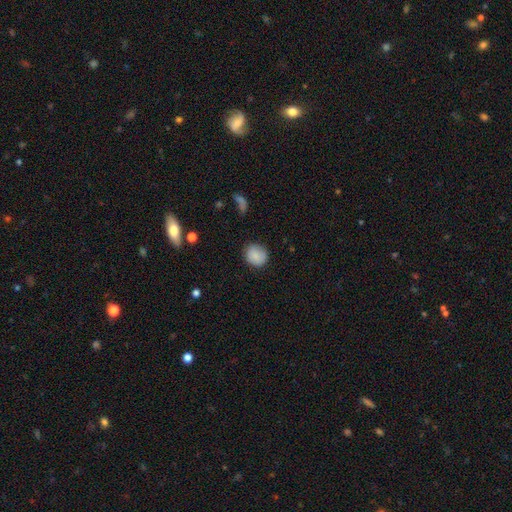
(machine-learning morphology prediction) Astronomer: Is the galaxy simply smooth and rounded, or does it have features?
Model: smooth — 85%.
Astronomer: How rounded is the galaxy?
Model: round — 82%.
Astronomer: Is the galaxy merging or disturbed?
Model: none — 83%.